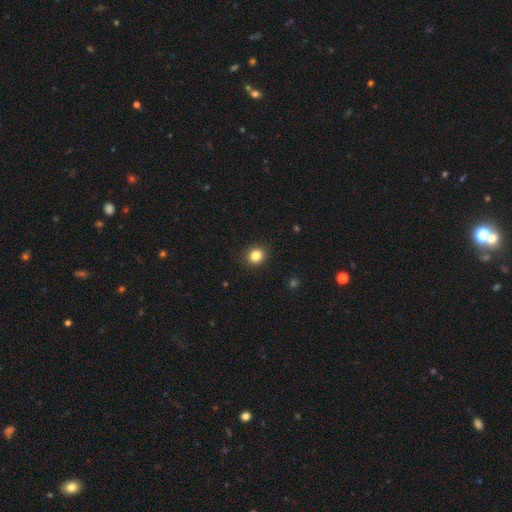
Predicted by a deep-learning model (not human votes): A smooth galaxy with no disk features (84%) that is round (82%).

Vote fractions:
- Smooth or featured? smooth: 84% / star or artifact: 11% / featured or disk: 5%
- How rounded? round: 82% / in between: 18% / cigar-shaped: 1%
- Merging? none: 91% / minor disturbance: 6% / major disturbance: 2% / merger: 1%